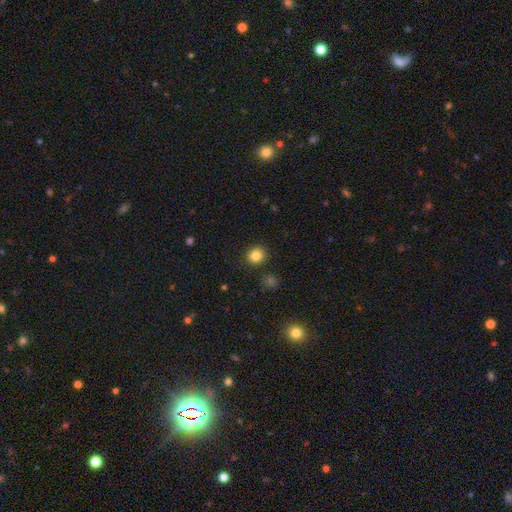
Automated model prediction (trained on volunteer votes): This appears to be a smooth galaxy with no disk features (85%) that is round (84%). Merging: none (89%).